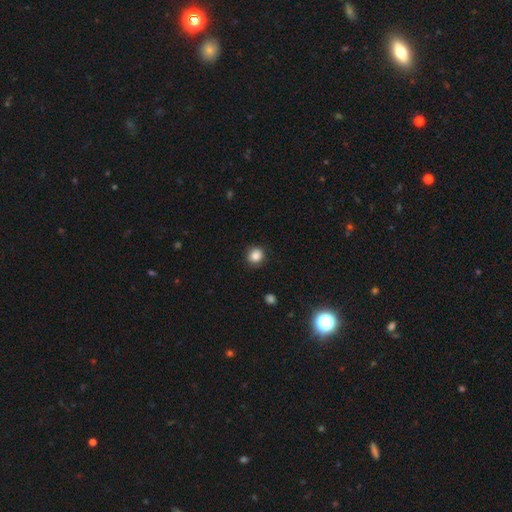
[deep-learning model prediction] Smooth or featured? smooth (86%)
How rounded? round (87%)
Merging? none (88%)